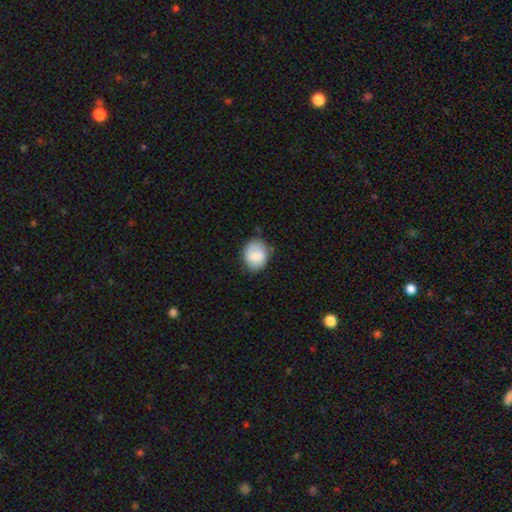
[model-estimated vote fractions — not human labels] A smooth galaxy with no disk features (76%) that is round (65%).

Vote fractions:
- Smooth or featured? smooth: 76% / featured or disk: 18% / star or artifact: 7%
- How rounded? round: 65% / in between: 34% / cigar-shaped: 1%
- Merging? none: 71% / minor disturbance: 22% / major disturbance: 6% / merger: 2%